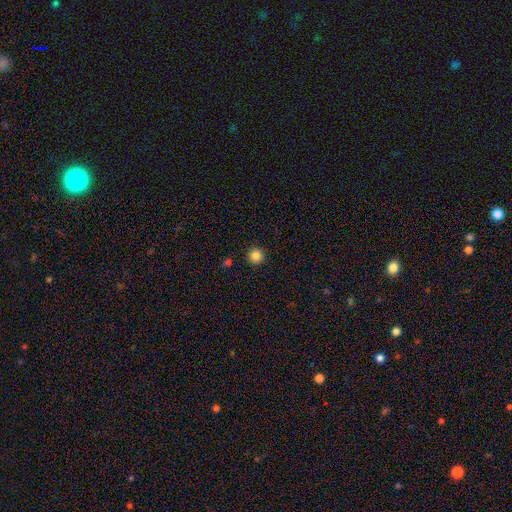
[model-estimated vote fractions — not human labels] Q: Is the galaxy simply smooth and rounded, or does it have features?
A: smooth — 85%.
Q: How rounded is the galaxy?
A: round — 96%.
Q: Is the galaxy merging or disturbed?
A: none — 93%.